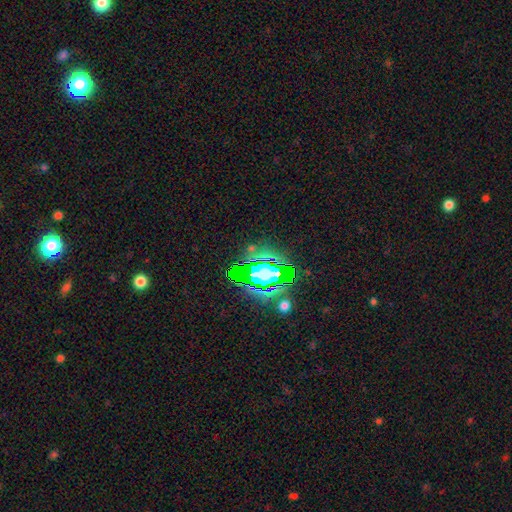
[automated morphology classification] smooth_or_featured: star or artifact (p=0.62) [alt: featured or disk p=0.21]